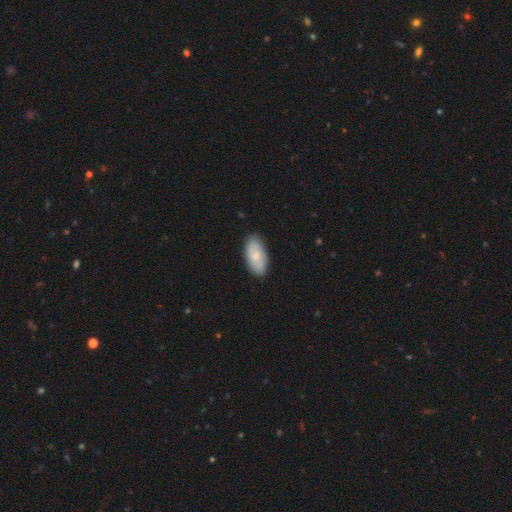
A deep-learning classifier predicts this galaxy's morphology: Smooth or featured? Predicted: smooth (p=0.74). How rounded? Predicted: in between (p=0.93). Merging? Predicted: none (p=0.84).